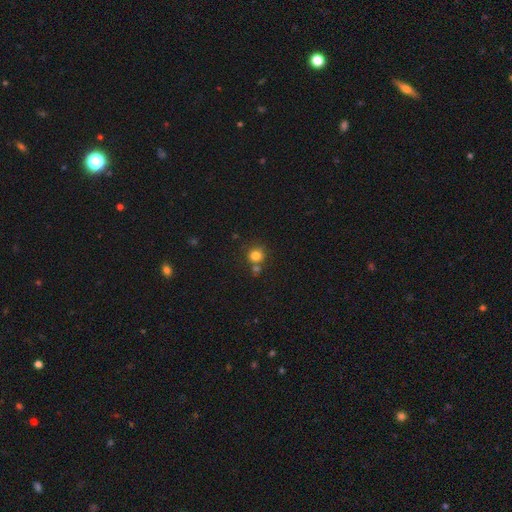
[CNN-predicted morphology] Smooth or featured?
  - smooth: 81% *
  - star or artifact: 12%
  - featured or disk: 6%
How rounded?
  - round: 87% *
  - in between: 12%
  - cigar-shaped: 1%
Merging?
  - none: 65% *
  - merger: 21%
  - minor disturbance: 11%
  - major disturbance: 4%